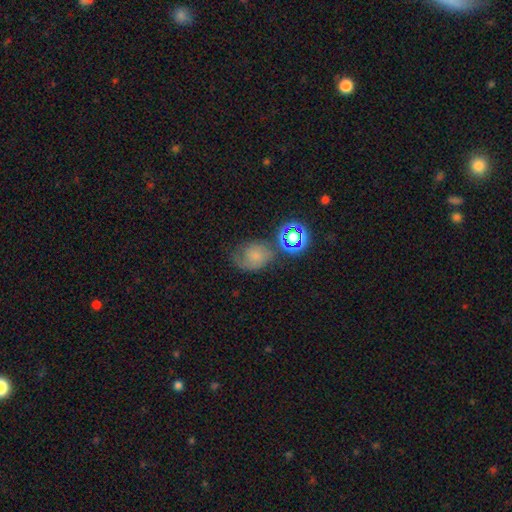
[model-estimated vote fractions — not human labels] Smooth or featured? smooth (43%)
Merging? none (48%)